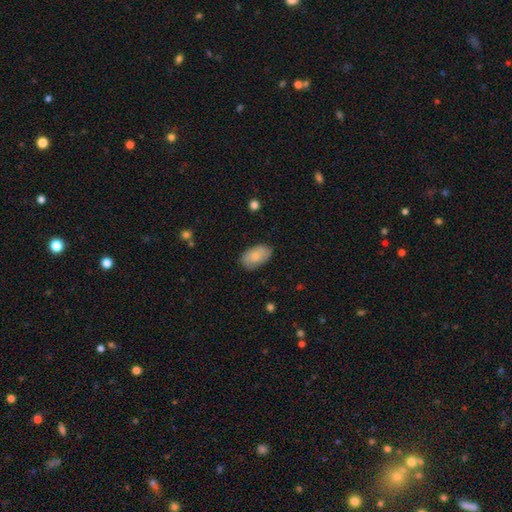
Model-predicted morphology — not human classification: smooth 80%, featured or disk 14%, star or artifact 6%. Down the decision tree: how rounded — in between (93%); merging — none (77%).